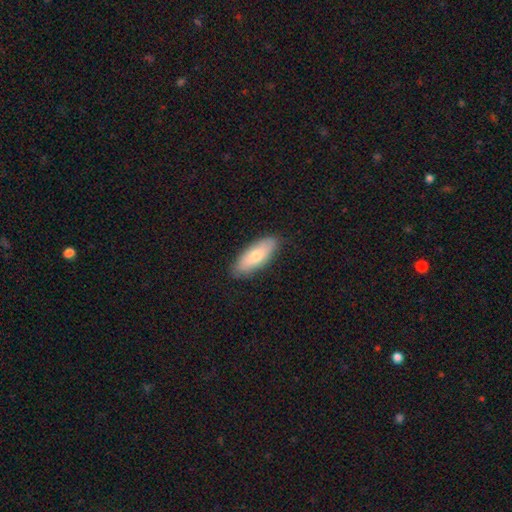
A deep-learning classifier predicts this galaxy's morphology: This appears to be a smooth galaxy with no disk features (73%) that is in between round and cigar-shaped (73%). Merging: none (86%).